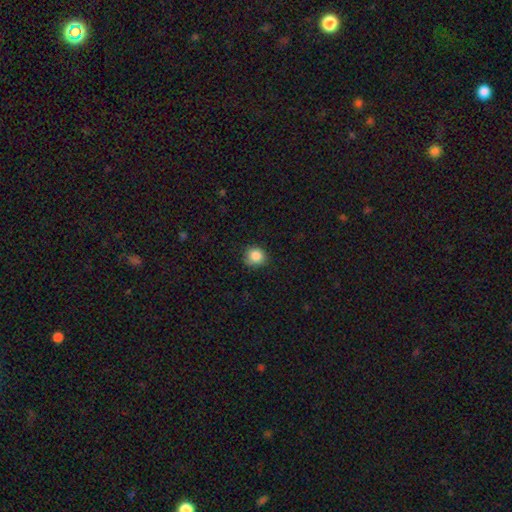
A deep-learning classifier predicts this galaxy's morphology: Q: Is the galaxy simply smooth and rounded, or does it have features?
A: smooth — 86%.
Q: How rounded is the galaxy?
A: round — 84%.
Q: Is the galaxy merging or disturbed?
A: none — 80%.